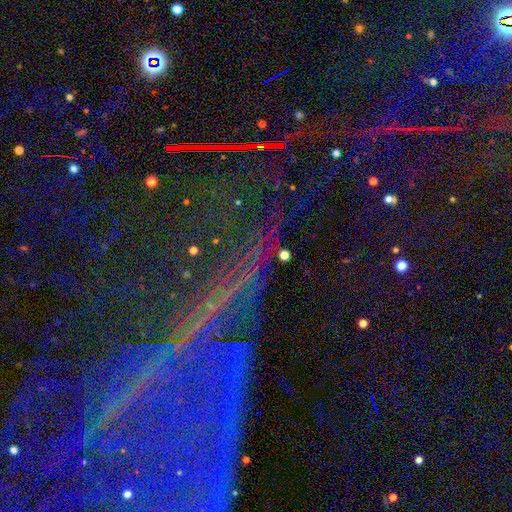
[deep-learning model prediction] Smooth or featured: star or artifact — 85% (featured or disk — 8%)